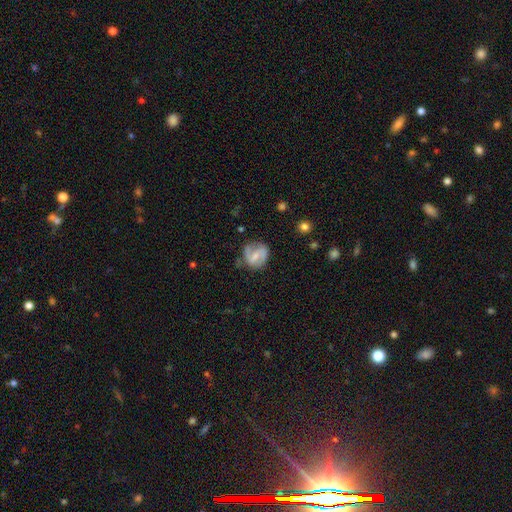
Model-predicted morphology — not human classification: This is likely a featured or disk galaxy (61%). It is clearly not viewed edge-on (97%). Bar: possibly weak (45%). Spiral arm pattern: likely yes (79%). Central bulge: possibly small (46%). Merging: possibly none (59%).